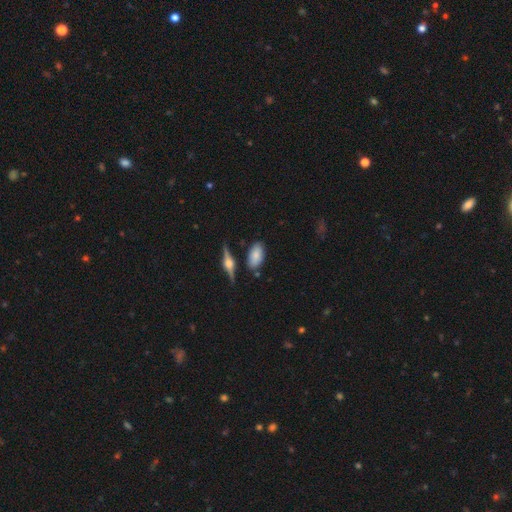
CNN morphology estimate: smooth_or_featured: smooth (p=0.74) [alt: featured or disk p=0.18]
how_rounded: in between (p=0.90) [alt: cigar-shaped p=0.05]
merging: none (p=0.72) [alt: minor disturbance p=0.18]